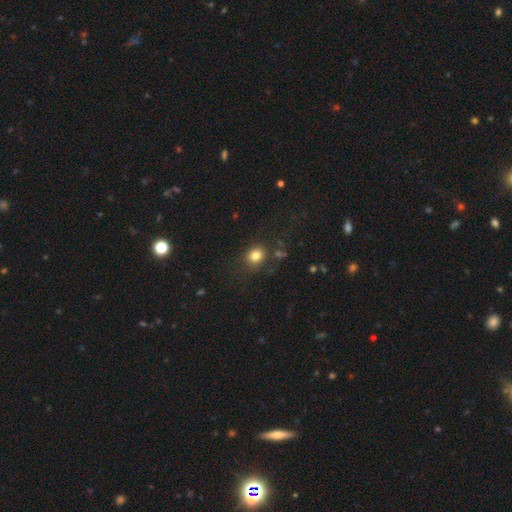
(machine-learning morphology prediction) The model was most divided on "how rounded": round: 69%, in between: 30%, cigar-shaped: 1%. More confident: smooth or featured — smooth (81%); merging — none (78%).